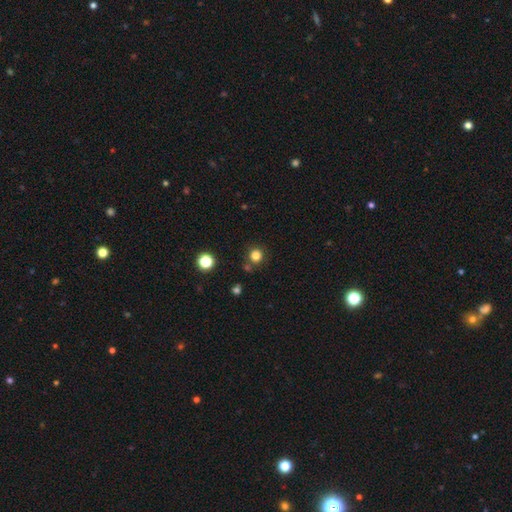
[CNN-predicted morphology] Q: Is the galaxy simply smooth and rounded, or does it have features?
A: smooth — 81%.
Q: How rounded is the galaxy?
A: round — 93%.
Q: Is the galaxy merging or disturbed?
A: none — 81%.